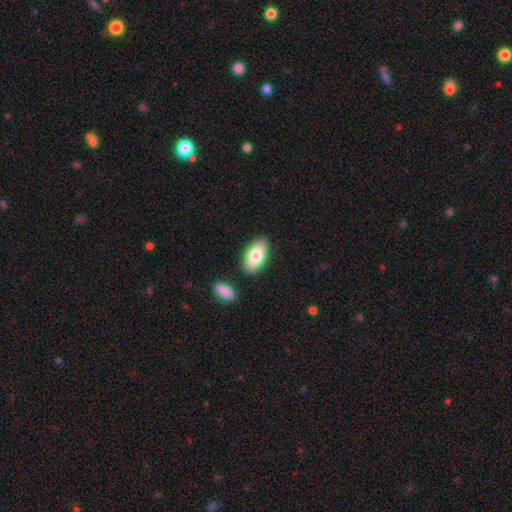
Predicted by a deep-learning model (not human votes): Smooth or featured? smooth (80%)
How rounded? in between (94%)
Merging? none (81%)